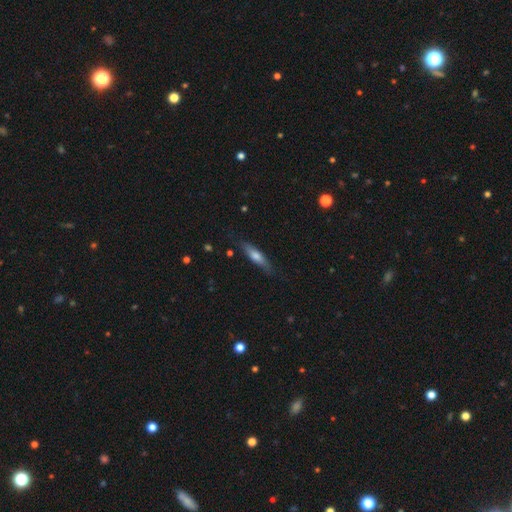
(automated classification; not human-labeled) Overall: smooth (56%; featured or disk 38%). How rounded: cigar-shaped (76%). Merging: none (80%).